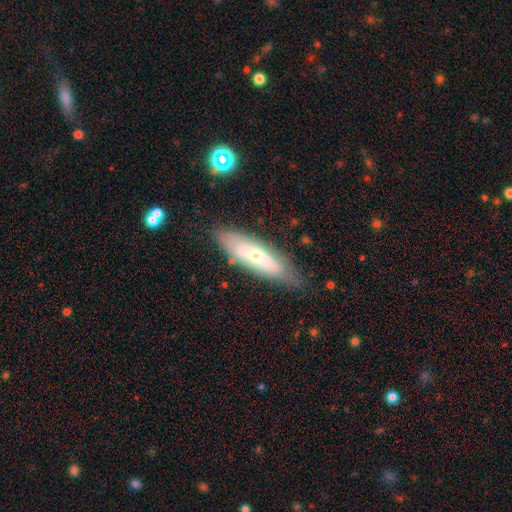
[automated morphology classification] Smooth or featured? featured or disk (50%)
Edge-on disk? no (62%)
Merging? none (74%)